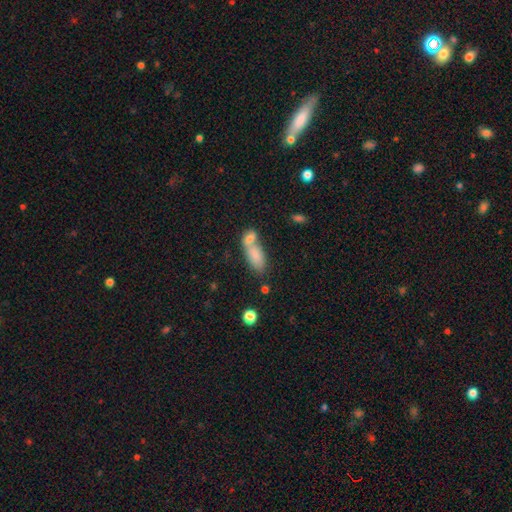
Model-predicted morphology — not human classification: Smooth or featured? Predicted: smooth (p=0.81). How rounded? Predicted: in between (p=0.85). Merging? Predicted: merger (p=0.56).